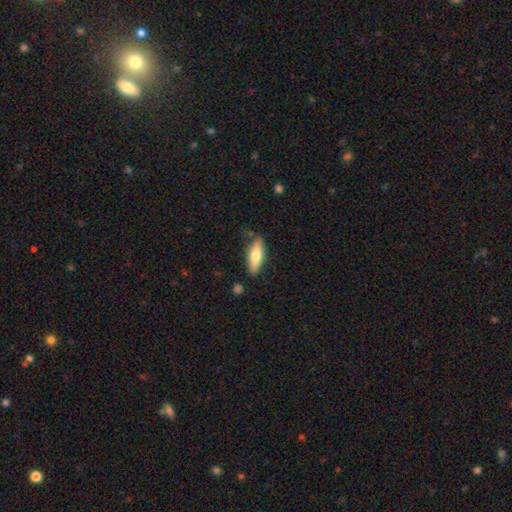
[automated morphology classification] Smooth or featured? Predicted: smooth (p=0.63). How rounded? Predicted: in between (p=0.56). Merging? Predicted: none (p=0.81).